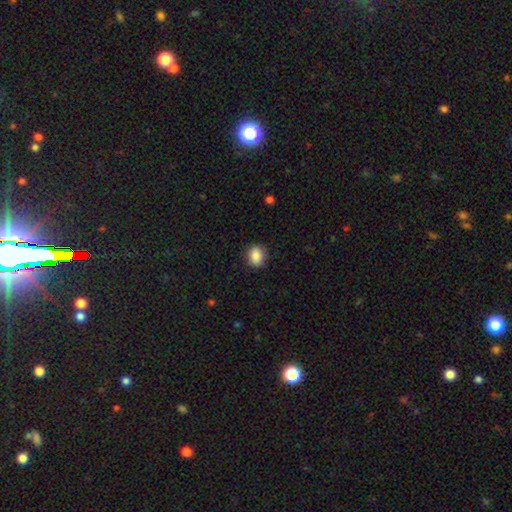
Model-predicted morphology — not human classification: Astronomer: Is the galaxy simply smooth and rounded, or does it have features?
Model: smooth — 87%.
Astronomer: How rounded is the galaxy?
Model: round — 55% (runner-up: in between, 44%).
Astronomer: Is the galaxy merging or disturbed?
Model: none — 88%.